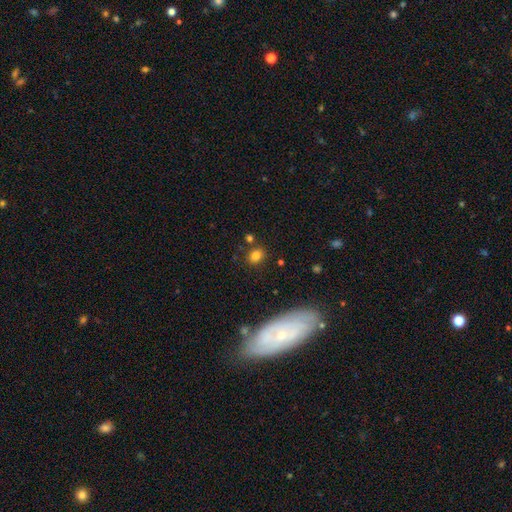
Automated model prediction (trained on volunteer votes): Overall: smooth (80%). How rounded: round (54%; in between 44%). Merging: none (80%).